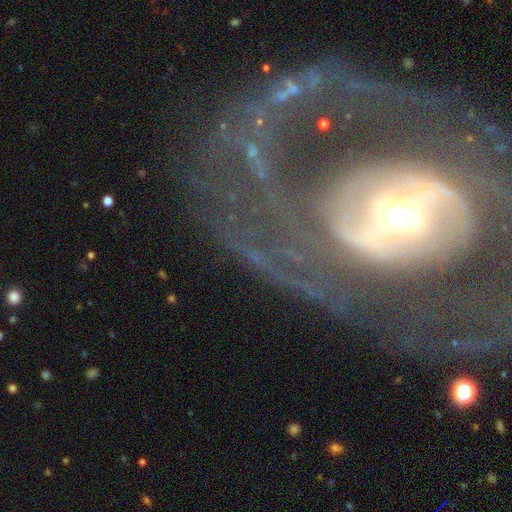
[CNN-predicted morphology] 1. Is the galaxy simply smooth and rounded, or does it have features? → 83% featured or disk, 10% smooth, 8% star or artifact.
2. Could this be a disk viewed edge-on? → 93% no, 7% yes.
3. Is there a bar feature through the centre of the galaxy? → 48% strong, 29% weak, 23% no.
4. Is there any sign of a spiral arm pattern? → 71% yes, 29% no.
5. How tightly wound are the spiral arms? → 40% tight, 36% medium, 24% loose.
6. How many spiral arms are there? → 52% 2, 24% can't tell, 7% 3, 7% 1, 5% more than 4, 5% 4.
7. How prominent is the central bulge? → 56% moderate, 20% large, 18% small, 5% dominant, 2% none.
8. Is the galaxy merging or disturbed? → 59% none, 25% major disturbance, 13% minor disturbance, 3% merger.